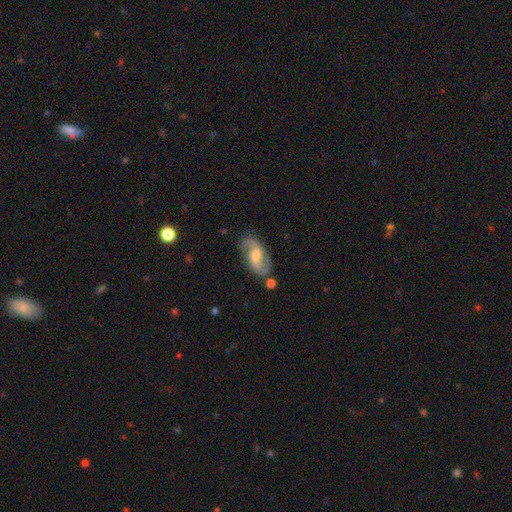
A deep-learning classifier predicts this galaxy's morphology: The model was most divided on "spiral winding": medium: 47%, loose: 37%, tight: 16%. Remaining: edge-on disk — no (96%); spiral arms — yes (94%); spiral arm count — 2 (91%); smooth or featured — featured or disk (78%); merging — none (76%); bulge size — moderate (52%); bar — weak (47%).